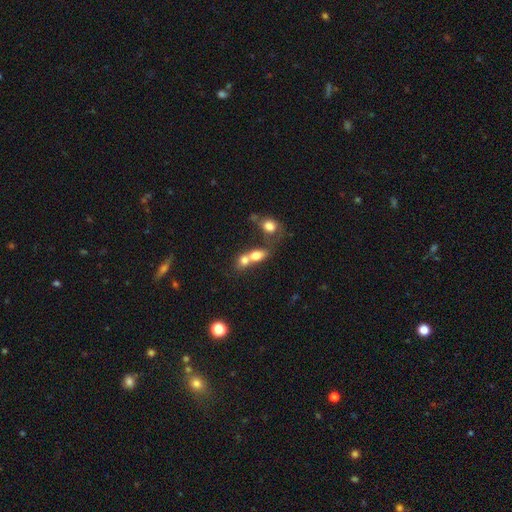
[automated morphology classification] A smooth galaxy with no disk features (72%) that is in between round and cigar-shaped (60%). Merging: merger (67%).